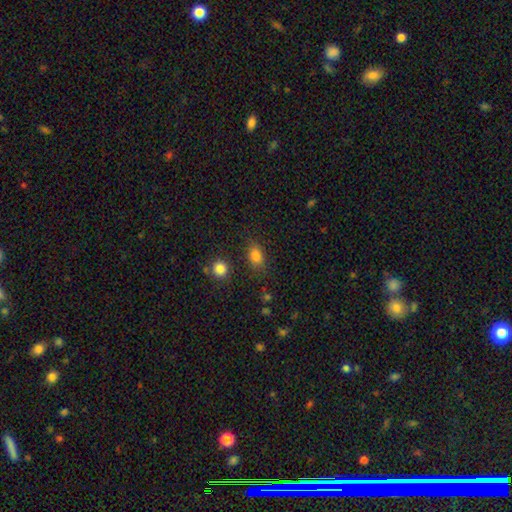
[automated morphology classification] Smooth or featured: smooth — 82% (star or artifact — 11%)
How rounded: in between — 76% (round — 22%)
Merging: none — 78% (minor disturbance — 14%)